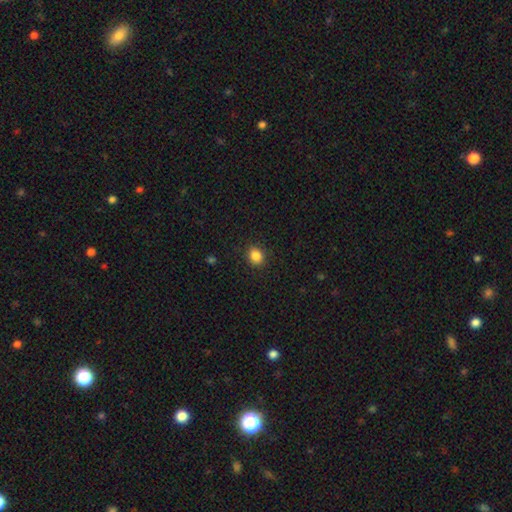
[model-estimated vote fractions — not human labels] This is clearly a smooth galaxy (85%). How rounded: likely round (61%). Merging: clearly none (89%).